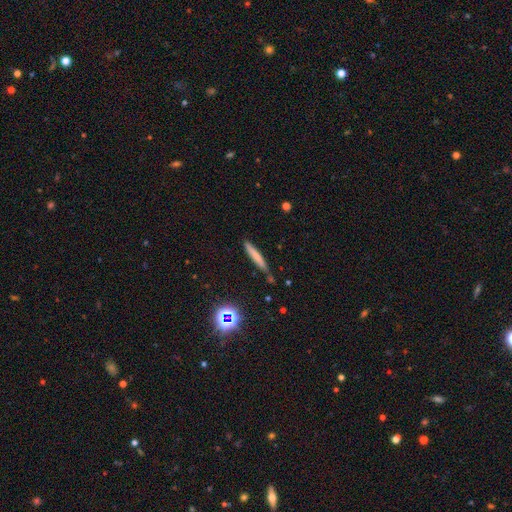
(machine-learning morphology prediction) Smooth or featured?
  - smooth: 67% *
  - featured or disk: 23%
  - star or artifact: 10%
How rounded?
  - cigar-shaped: 93% *
  - in between: 5%
  - round: 2%
Merging?
  - none: 71% *
  - minor disturbance: 21%
  - merger: 4%
  - major disturbance: 4%